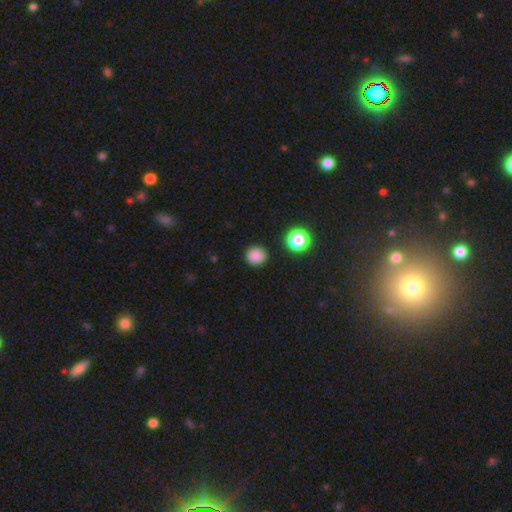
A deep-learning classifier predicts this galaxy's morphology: A smooth galaxy with no disk features (85%) that is round (90%).

Vote fractions:
- Smooth or featured? smooth: 85% / star or artifact: 11% / featured or disk: 3%
- How rounded? round: 90% / in between: 9% / cigar-shaped: 1%
- Merging? none: 89% / minor disturbance: 7% / major disturbance: 2% / merger: 2%